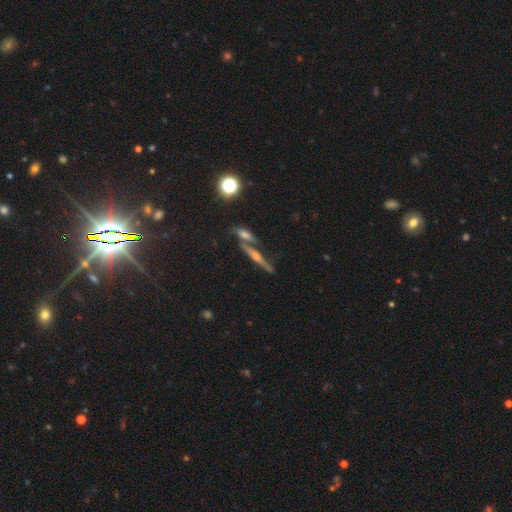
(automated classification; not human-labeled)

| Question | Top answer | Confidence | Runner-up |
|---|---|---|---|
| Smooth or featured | featured or disk | 71% | smooth (15%) |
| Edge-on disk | yes | 95% | no (5%) |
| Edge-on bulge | rounded | 88% | none (7%) |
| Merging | none | 70% | merger (17%) |